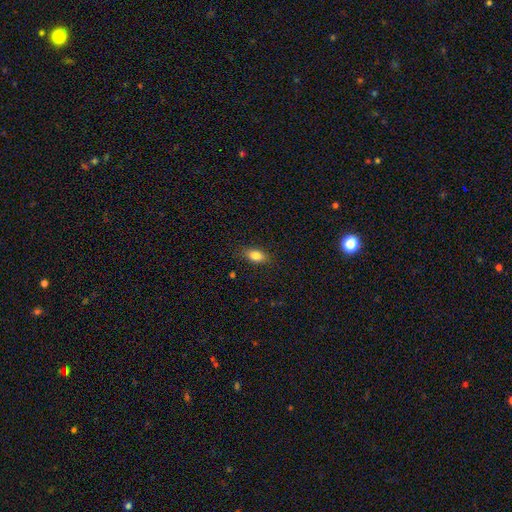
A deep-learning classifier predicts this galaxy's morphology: The model was most divided on "merging": none: 84%, minor disturbance: 12%, major disturbance: 3%, merger: 1%. More confident: how rounded — in between (85%); smooth or featured — smooth (83%).